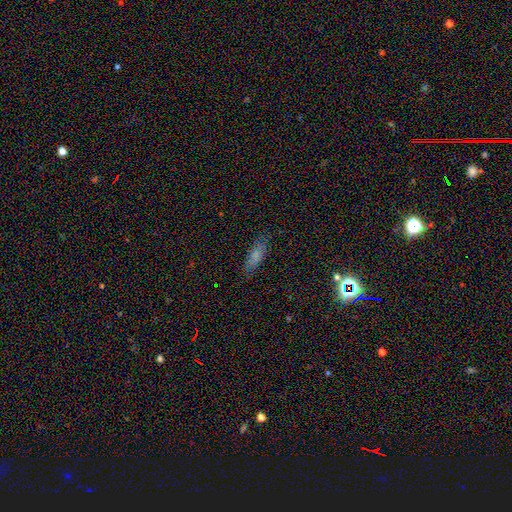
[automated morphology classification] Overall: smooth (73%). How rounded: in between (58%; cigar-shaped 39%). Merging: none (80%).